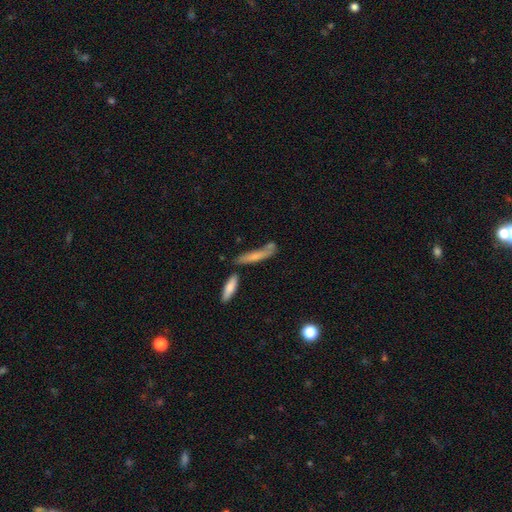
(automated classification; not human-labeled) Overall: smooth (61%; featured or disk 30%). How rounded: cigar-shaped (83%). Merging: none (56%; minor disturbance 19%).